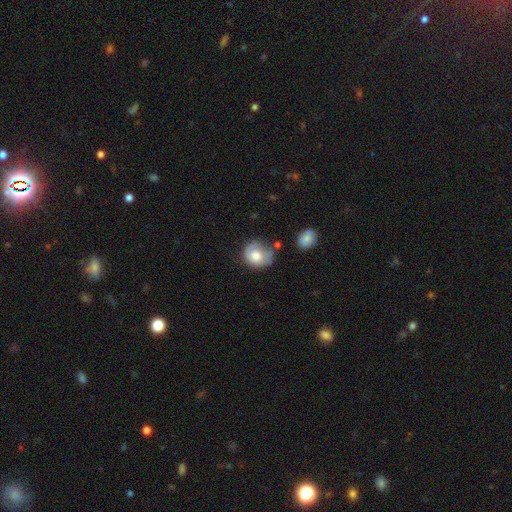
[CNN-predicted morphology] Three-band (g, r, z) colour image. It shows a smooth galaxy with no disk features (67%) that is round (72%). Merging: none (45%).